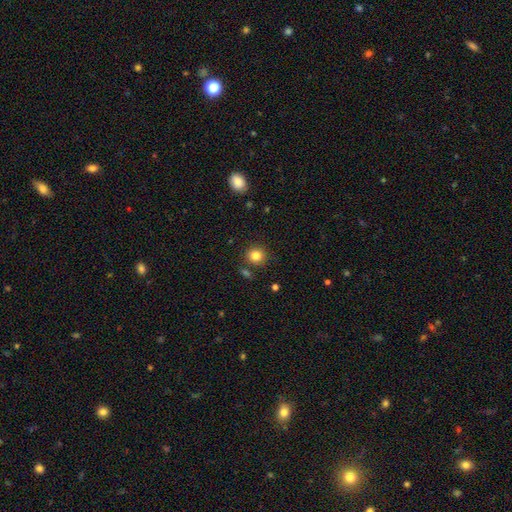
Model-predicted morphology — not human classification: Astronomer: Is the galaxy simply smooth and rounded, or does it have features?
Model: smooth — 84%.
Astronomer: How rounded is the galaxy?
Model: round — 87%.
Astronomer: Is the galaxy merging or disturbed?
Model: none — 84%.